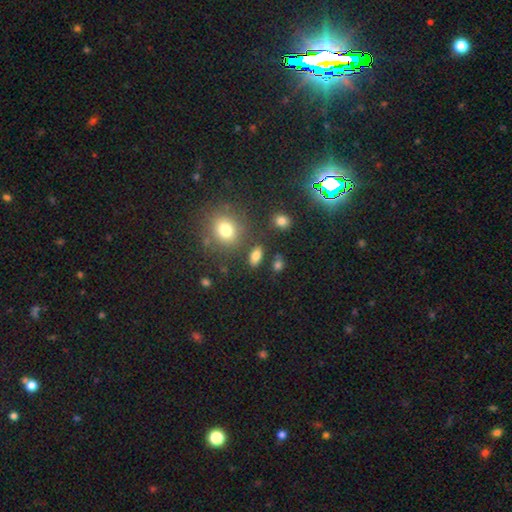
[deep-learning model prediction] Smooth or featured? smooth (81%)
How rounded? in between (83%)
Merging? none (80%)